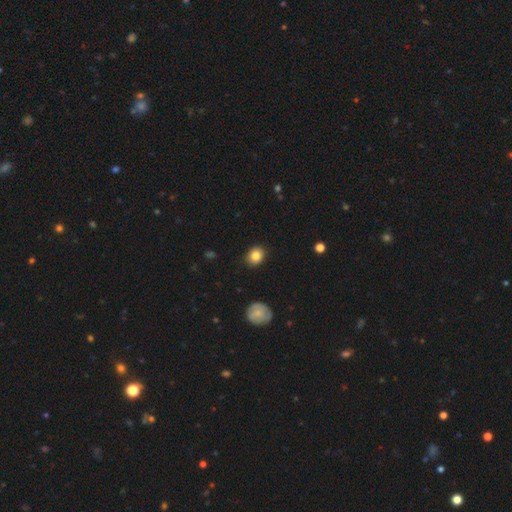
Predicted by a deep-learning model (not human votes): Smooth or featured: smooth — 85% (star or artifact — 9%)
How rounded: round — 61% (in between — 38%)
Merging: none — 87% (minor disturbance — 9%)